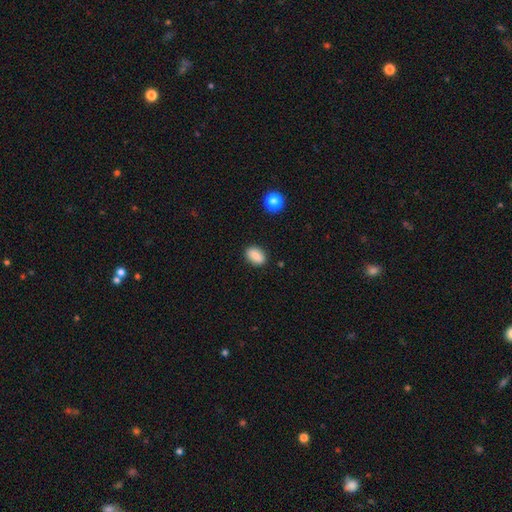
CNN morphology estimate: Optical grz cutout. It shows a smooth galaxy with no disk features (83%) that is in between round and cigar-shaped (83%). Merging: none (87%).